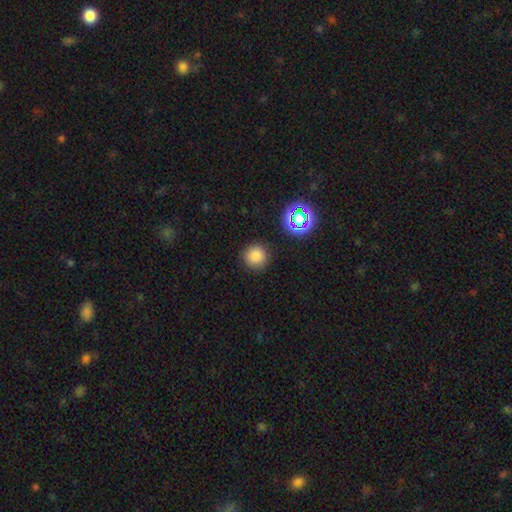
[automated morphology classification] Smooth or featured: smooth — 79% (star or artifact — 16%)
How rounded: round — 94% (in between — 5%)
Merging: none — 89% (minor disturbance — 7%)